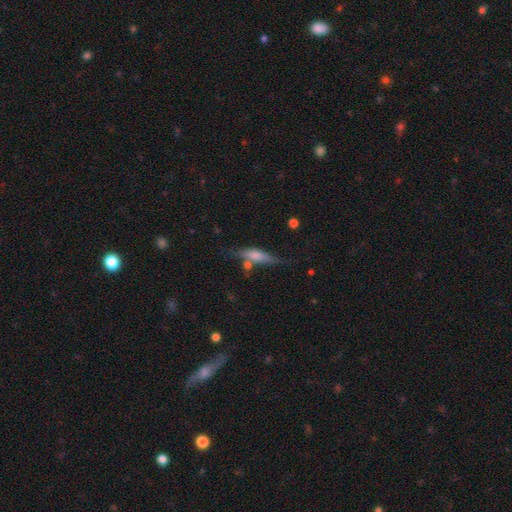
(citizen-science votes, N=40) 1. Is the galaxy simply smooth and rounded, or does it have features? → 75% smooth, 25% featured or disk, 0% star or artifact.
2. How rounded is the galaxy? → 50% cigar-shaped, 47% in between, 3% round.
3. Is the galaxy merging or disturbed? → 57% none, 18% minor disturbance, 15% major disturbance, 10% merger.